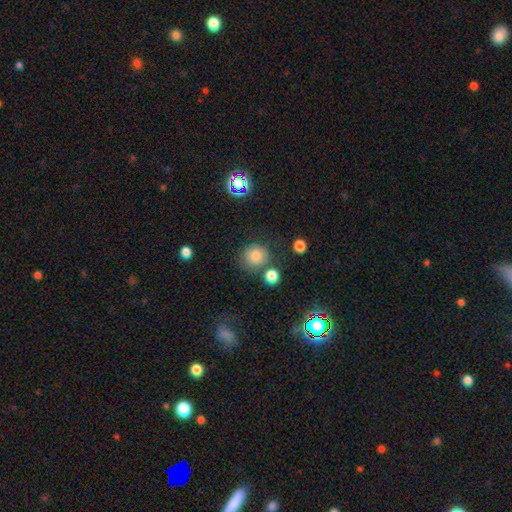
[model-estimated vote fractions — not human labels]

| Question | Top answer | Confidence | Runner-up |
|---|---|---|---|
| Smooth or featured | smooth | 80% | star or artifact (14%) |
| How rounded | round | 86% | in between (13%) |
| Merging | none | 72% | minor disturbance (13%) |